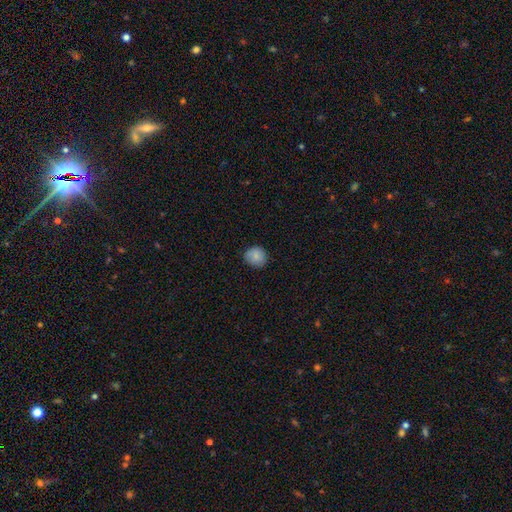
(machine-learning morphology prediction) smooth 84%, star or artifact 9%, featured or disk 8%. Down the decision tree: how rounded — round (86%); merging — none (79%).